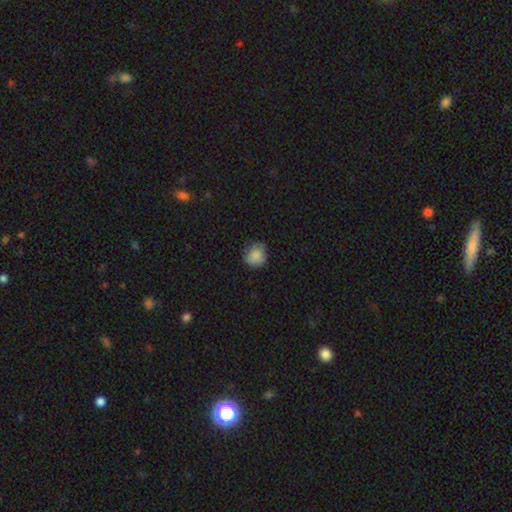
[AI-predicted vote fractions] A smooth galaxy with no disk features (85%) that is round (84%).

Vote fractions:
- Smooth or featured? smooth: 85% / star or artifact: 8% / featured or disk: 7%
- How rounded? round: 84% / in between: 15% / cigar-shaped: 1%
- Merging? none: 74% / minor disturbance: 21% / major disturbance: 4% / merger: 1%